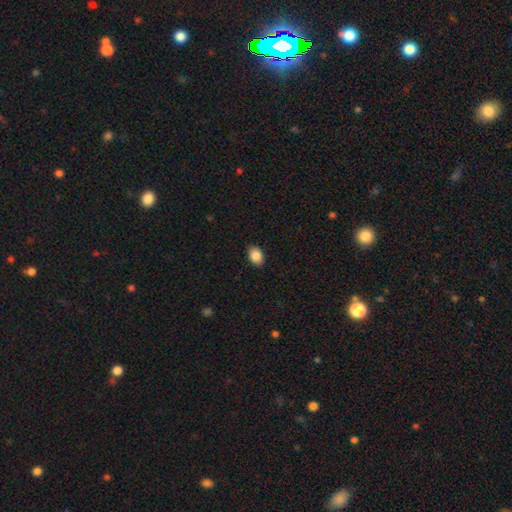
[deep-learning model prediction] Q: Smooth or featured?
A: smooth (87%); runner-up: star or artifact (8%)
Q: How rounded?
A: in between (78%); runner-up: round (21%)
Q: Merging?
A: none (89%); runner-up: minor disturbance (8%)